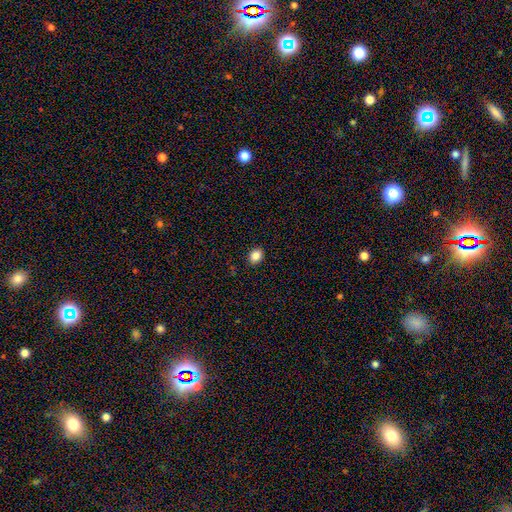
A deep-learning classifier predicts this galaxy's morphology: Smooth or featured?
  - smooth: 86% *
  - star or artifact: 10%
  - featured or disk: 4%
How rounded?
  - in between: 52% *
  - round: 47%
  - cigar-shaped: 1%
Merging?
  - none: 91% *
  - minor disturbance: 7%
  - major disturbance: 2%
  - merger: 1%